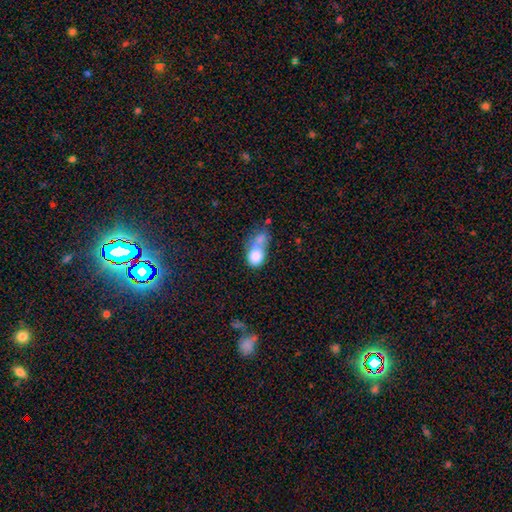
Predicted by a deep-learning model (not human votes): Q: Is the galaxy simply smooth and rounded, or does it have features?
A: smooth — 75%.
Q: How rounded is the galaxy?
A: in between — 64%.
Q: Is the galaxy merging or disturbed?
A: merger — 59%.